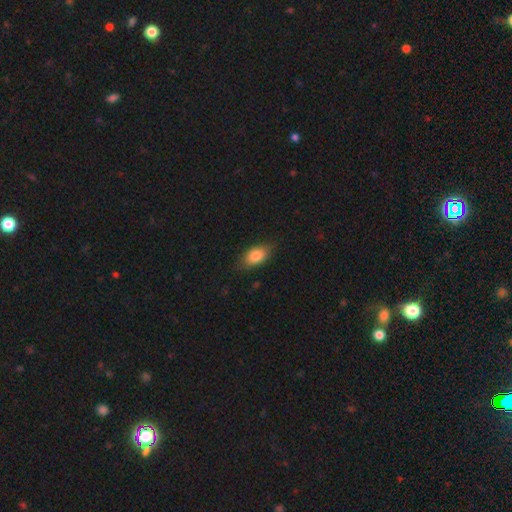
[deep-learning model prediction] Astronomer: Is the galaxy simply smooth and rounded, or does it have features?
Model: smooth — 82%.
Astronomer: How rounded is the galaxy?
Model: in between — 88%.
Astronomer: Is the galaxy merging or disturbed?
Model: none — 81%.